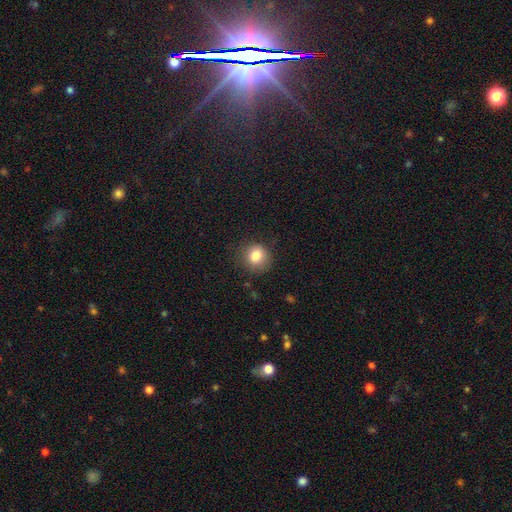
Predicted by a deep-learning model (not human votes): Q: Smooth or featured?
A: smooth (81%); runner-up: star or artifact (11%)
Q: How rounded?
A: round (83%); runner-up: in between (16%)
Q: Merging?
A: none (82%); runner-up: minor disturbance (13%)